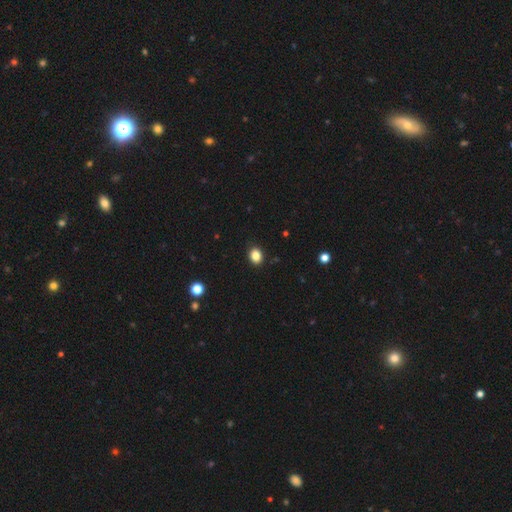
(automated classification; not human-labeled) The model was most divided on "how rounded": in between: 52%, round: 47%, cigar-shaped: 1%. More confident: merging — none (90%); smooth or featured — smooth (86%).